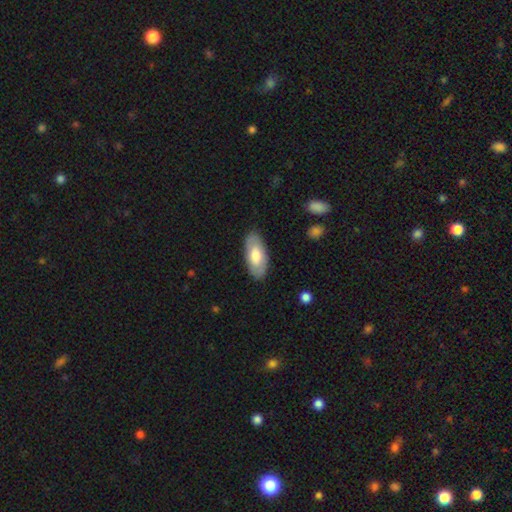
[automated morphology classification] Smooth or featured?
  - smooth: 64% *
  - featured or disk: 30%
  - star or artifact: 5%
How rounded?
  - in between: 91% *
  - cigar-shaped: 7%
  - round: 2%
Merging?
  - none: 86% *
  - minor disturbance: 11%
  - major disturbance: 3%
  - merger: 1%